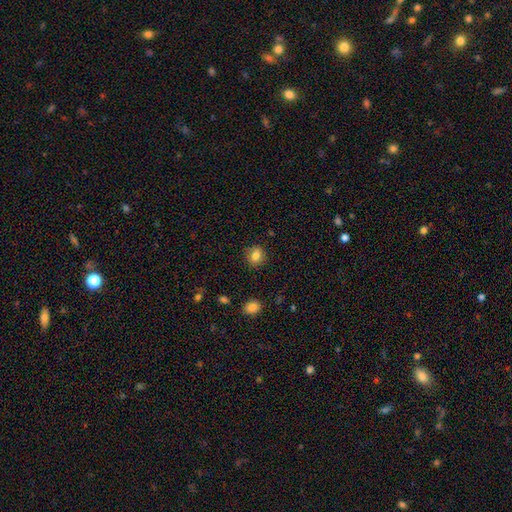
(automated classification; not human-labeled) Morphology: type=smooth (81%); roundness=round (79%); merging=none (88%).